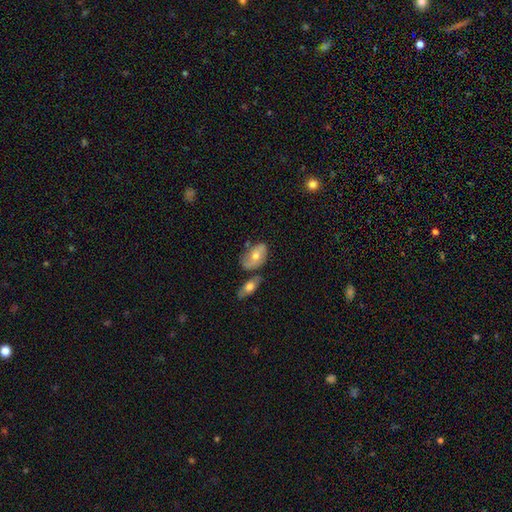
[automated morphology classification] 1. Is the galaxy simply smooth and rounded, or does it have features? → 48% smooth, 44% featured or disk, 8% star or artifact.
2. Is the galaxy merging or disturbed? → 48% none, 22% minor disturbance, 21% merger, 9% major disturbance.